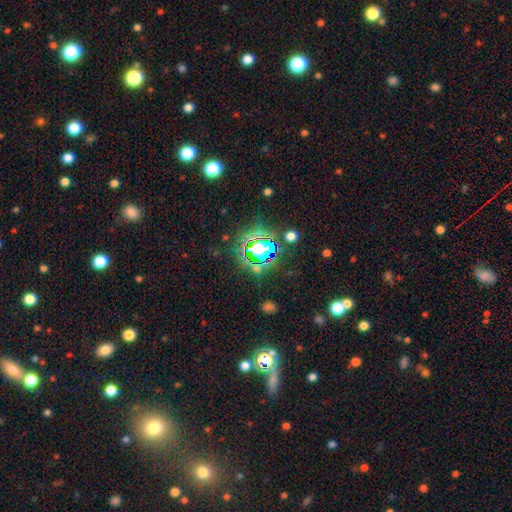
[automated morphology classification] Smooth or featured? Predicted: star or artifact (p=0.75).